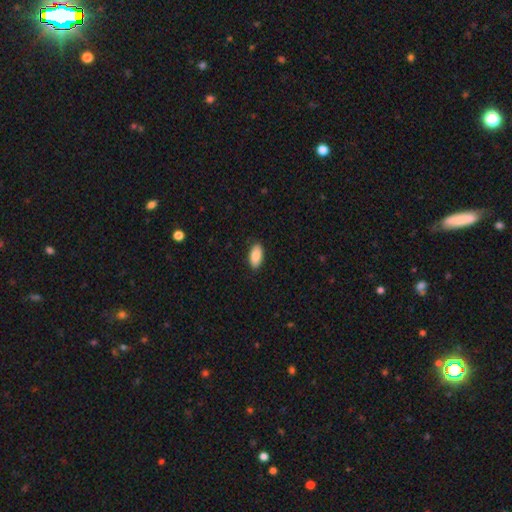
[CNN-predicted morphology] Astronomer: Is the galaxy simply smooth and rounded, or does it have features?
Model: smooth — 88%.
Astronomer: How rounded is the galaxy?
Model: in between — 92%.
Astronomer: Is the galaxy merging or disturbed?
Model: none — 87%.